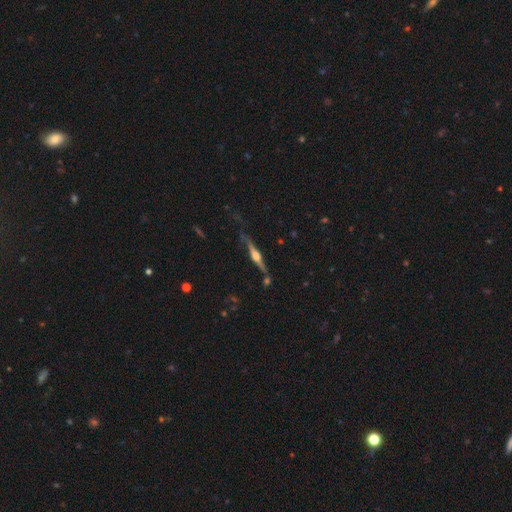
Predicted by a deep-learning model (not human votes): This appears to be a featured or disk galaxy (79%) viewed edge-on (97%) with a rounded central bulge (89%). Merging: none (67%).